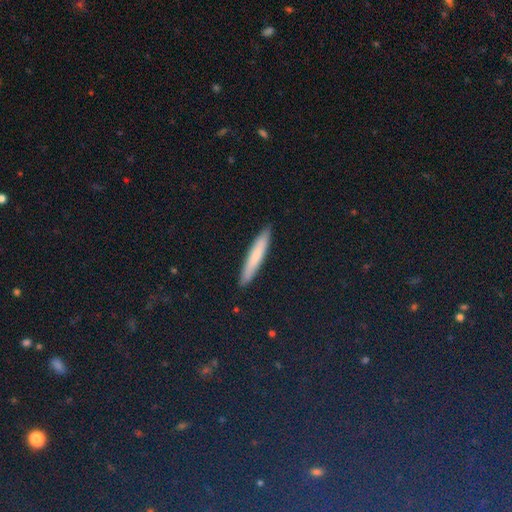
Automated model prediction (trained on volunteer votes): smooth_or_featured: smooth (p=0.67) [alt: featured or disk p=0.24]
how_rounded: cigar-shaped (p=0.94) [alt: in between p=0.05]
merging: none (p=0.91) [alt: minor disturbance p=0.07]